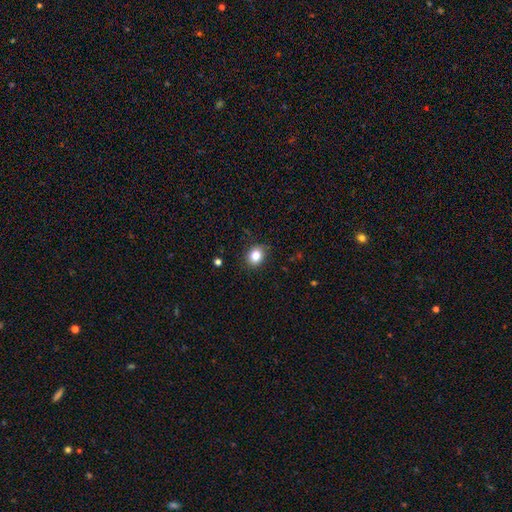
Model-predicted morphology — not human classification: type=smooth (85%); roundness=round (56%); merging=none (84%).